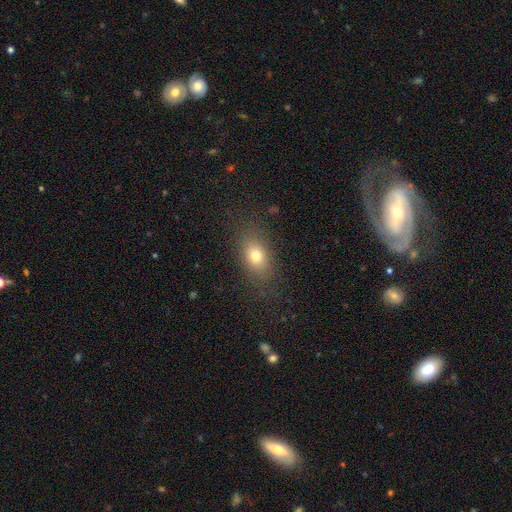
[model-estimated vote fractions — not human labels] Smooth or featured? Predicted: smooth (p=0.75). How rounded? Predicted: in between (p=0.77). Merging? Predicted: none (p=0.81).